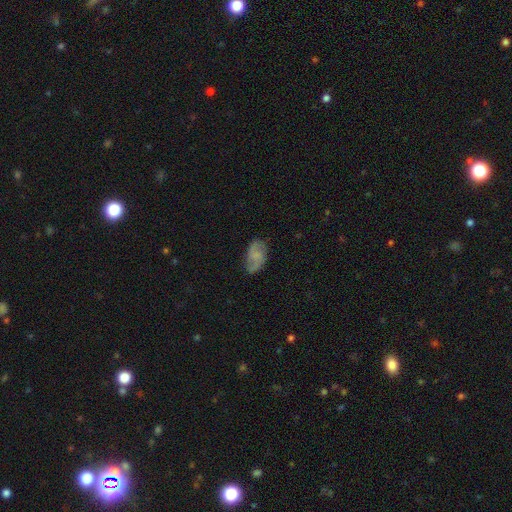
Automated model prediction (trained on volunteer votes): smooth-or-featured: featured or disk: 52% | smooth: 40% | star or artifact: 8%
  disk-edge-on: no: 96% | yes: 4%
  merging: none: 73% | minor disturbance: 20% | major disturbance: 6% | merger: 1%